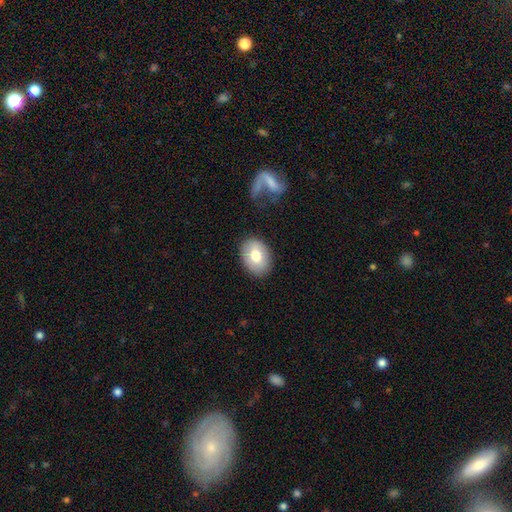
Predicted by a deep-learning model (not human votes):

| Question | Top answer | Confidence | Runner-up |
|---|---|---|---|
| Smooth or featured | smooth | 73% | featured or disk (20%) |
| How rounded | in between | 78% | round (22%) |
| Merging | none | 85% | minor disturbance (11%) |